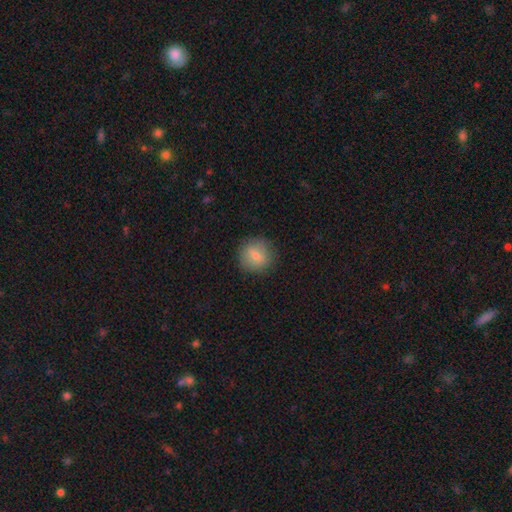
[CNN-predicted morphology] Smooth or featured? Predicted: smooth (p=0.75). How rounded? Predicted: round (p=0.89). Merging? Predicted: none (p=0.85).